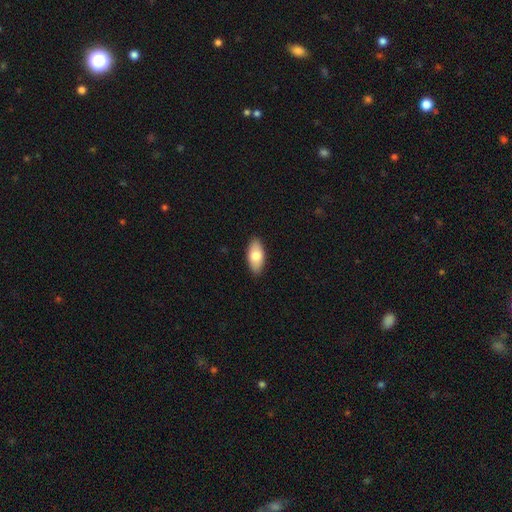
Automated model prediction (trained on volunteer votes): The model was most divided on "smooth or featured": smooth: 77%, featured or disk: 17%, star or artifact: 6%. More confident: how rounded — in between (91%); merging — none (89%).